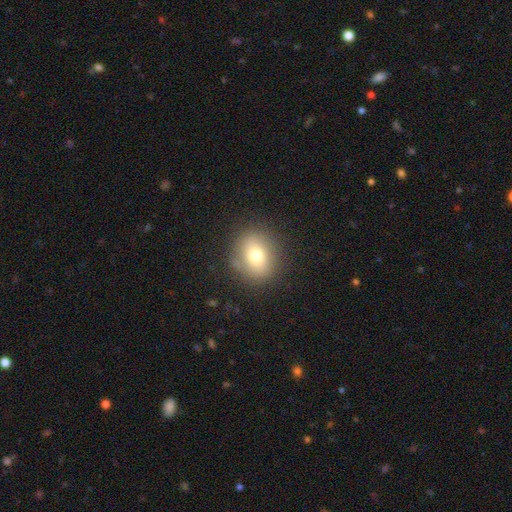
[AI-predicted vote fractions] Smooth or featured? Predicted: smooth (p=0.72). How rounded? Predicted: round (p=0.65). Merging? Predicted: none (p=0.83).